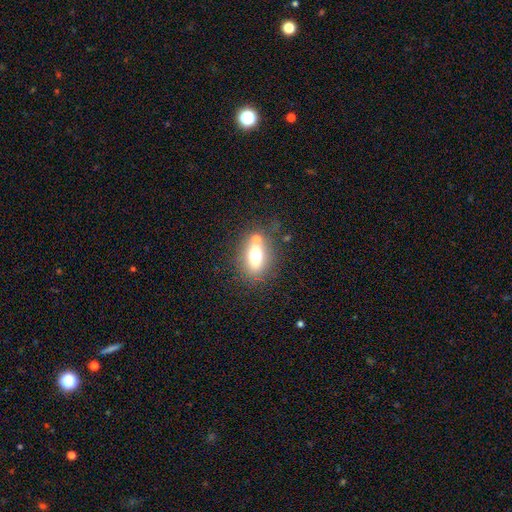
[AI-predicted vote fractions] This appears to be a smooth galaxy with no disk features (66%) that is in between round and cigar-shaped (76%). Merging: none (61%).